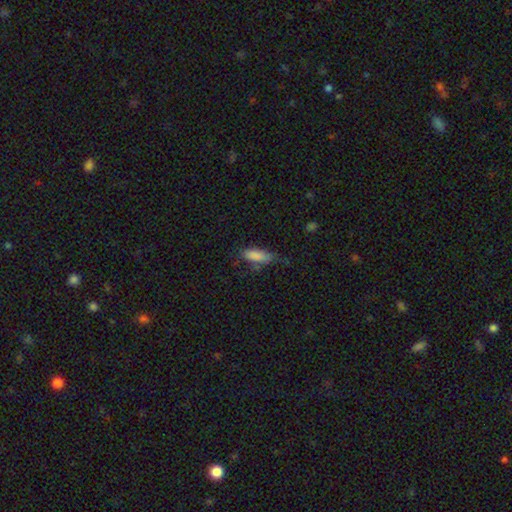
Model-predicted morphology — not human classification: Smooth or featured? smooth (81%)
How rounded? in between (70%)
Merging? none (48%)